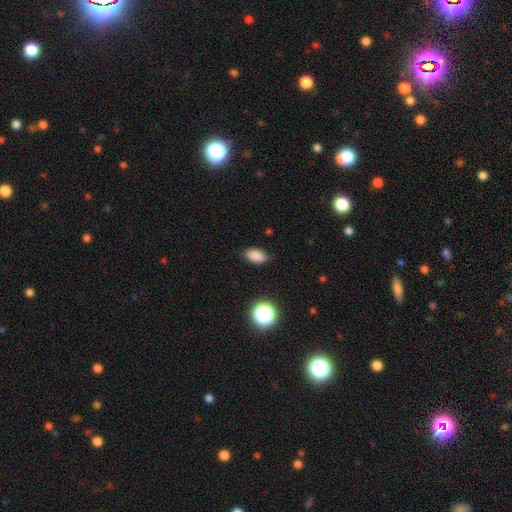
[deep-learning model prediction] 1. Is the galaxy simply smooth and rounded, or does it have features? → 84% smooth, 11% star or artifact, 5% featured or disk.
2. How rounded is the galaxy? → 91% in between, 6% round, 3% cigar-shaped.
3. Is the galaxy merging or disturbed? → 87% none, 10% minor disturbance, 2% major disturbance, 1% merger.